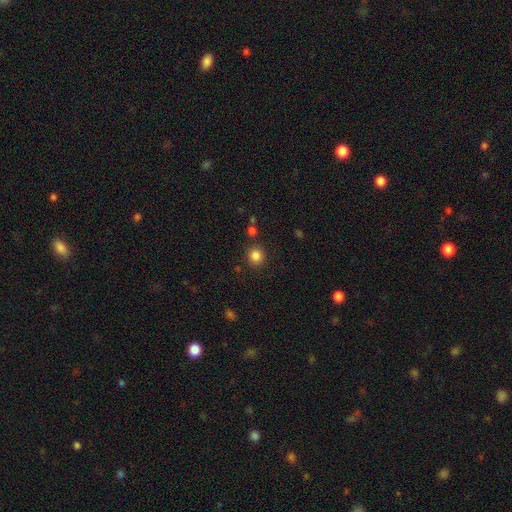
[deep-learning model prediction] Overall: smooth (84%). How rounded: round (89%). Merging: none (86%).